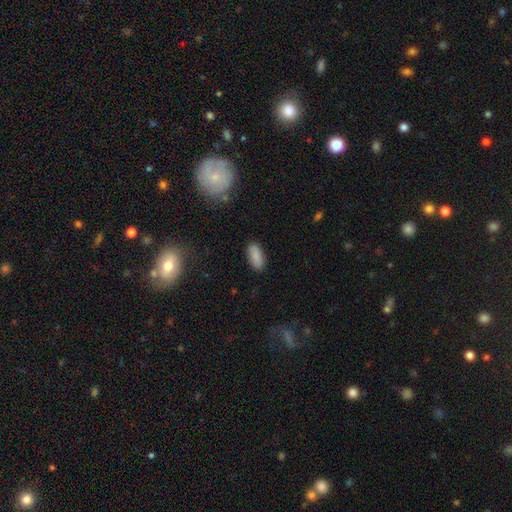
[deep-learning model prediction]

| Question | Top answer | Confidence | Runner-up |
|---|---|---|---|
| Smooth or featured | smooth | 86% | star or artifact (7%) |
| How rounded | in between | 90% | cigar-shaped (8%) |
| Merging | none | 86% | minor disturbance (11%) |